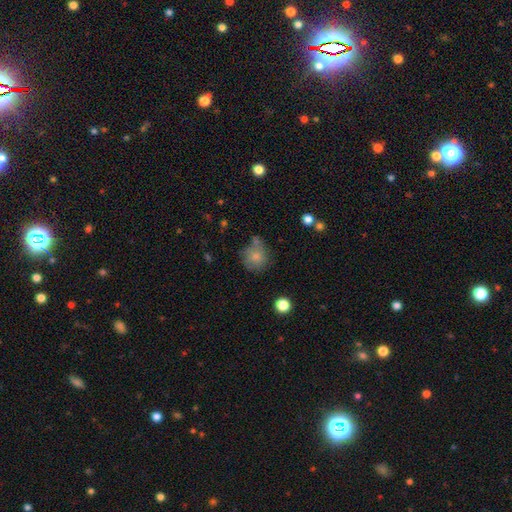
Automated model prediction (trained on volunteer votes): smooth_or_featured: smooth (p=0.78) [alt: featured or disk p=0.12]
how_rounded: round (p=0.86) [alt: in between p=0.13]
merging: none (p=0.57) [alt: minor disturbance p=0.21]